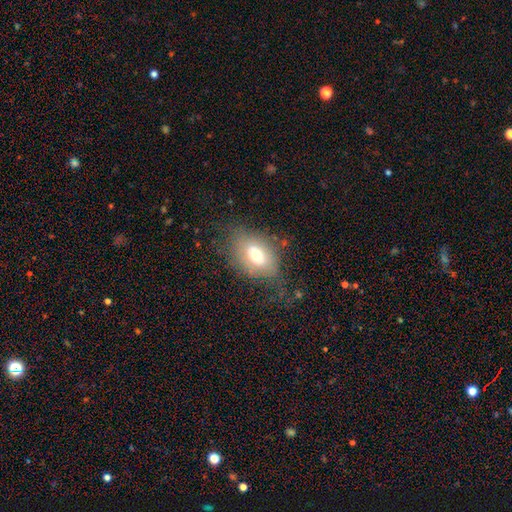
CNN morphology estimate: smooth_or_featured: smooth (p=0.65) [alt: featured or disk p=0.24]
how_rounded: in between (p=0.82) [alt: round p=0.16]
merging: none (p=0.57) [alt: minor disturbance p=0.25]